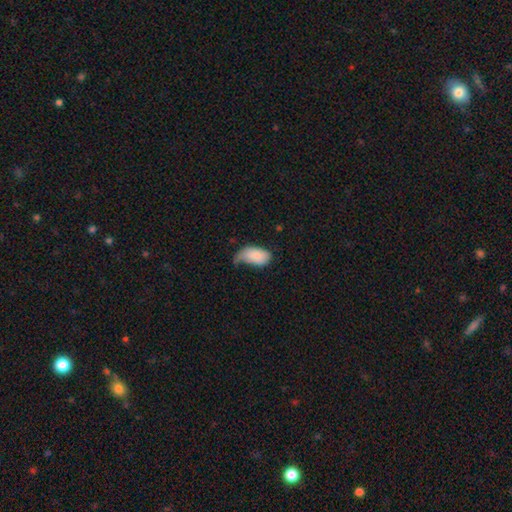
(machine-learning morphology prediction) Smooth or featured? Predicted: smooth (p=0.79). How rounded? Predicted: in between (p=0.95). Merging? Predicted: minor disturbance (p=0.38).